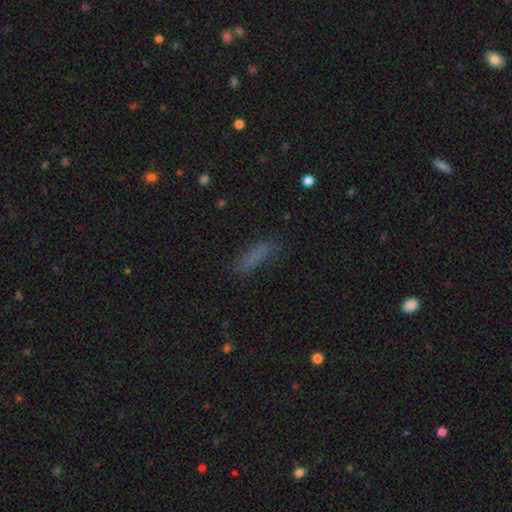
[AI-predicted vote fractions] Smooth or featured? Predicted: smooth (p=0.77). How rounded? Predicted: cigar-shaped (p=0.74). Merging? Predicted: none (p=0.81).